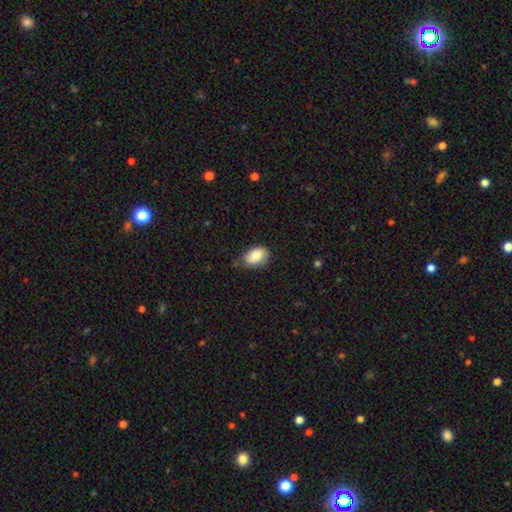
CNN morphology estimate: smooth 85%, featured or disk 8%, star or artifact 7%. Down the decision tree: how rounded — in between (85%); merging — none (66%).